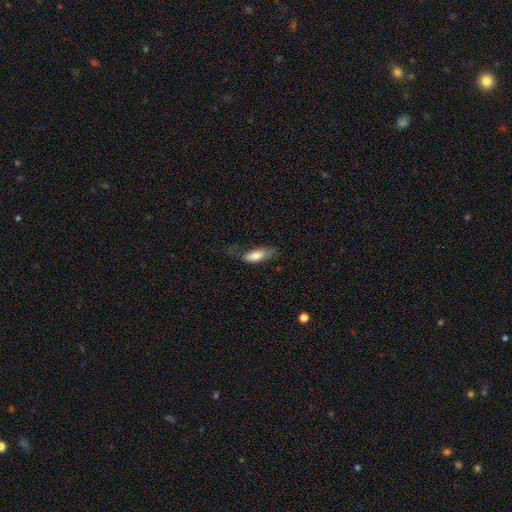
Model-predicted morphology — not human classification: This is likely a smooth galaxy (77%). How rounded: likely in between (76%). Merging: possibly none (46%).